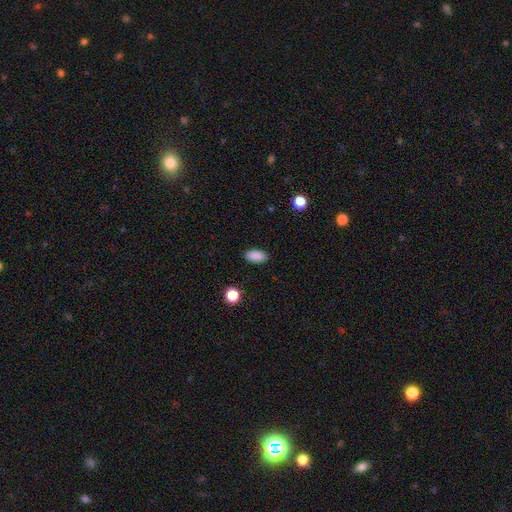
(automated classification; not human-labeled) A smooth galaxy with no disk features (88%) that is in between round and cigar-shaped (92%). Merging: none (88%).